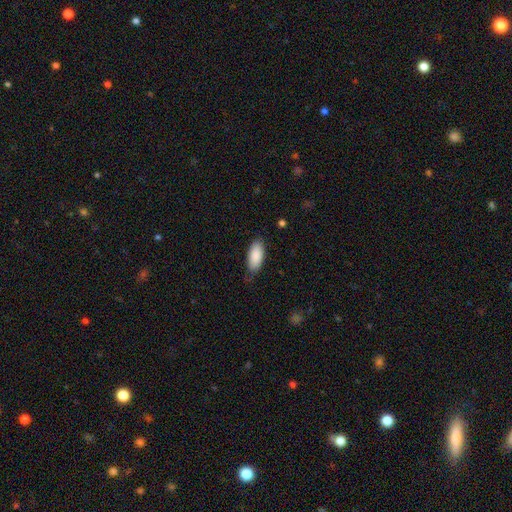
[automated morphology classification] smooth-or-featured: smooth: 89% | star or artifact: 6% | featured or disk: 6%
  how-rounded: in between: 88% | cigar-shaped: 10% | round: 2%
  merging: none: 74% | minor disturbance: 21% | major disturbance: 4% | merger: 1%